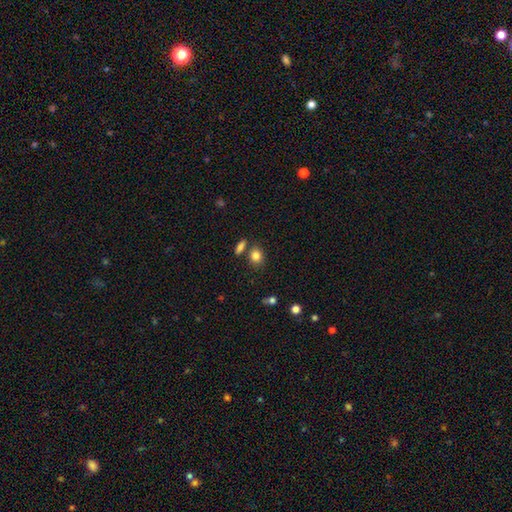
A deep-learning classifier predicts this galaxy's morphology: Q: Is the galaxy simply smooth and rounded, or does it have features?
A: smooth — 84%.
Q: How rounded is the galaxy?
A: round — 52%.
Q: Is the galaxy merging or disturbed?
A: none — 72%.